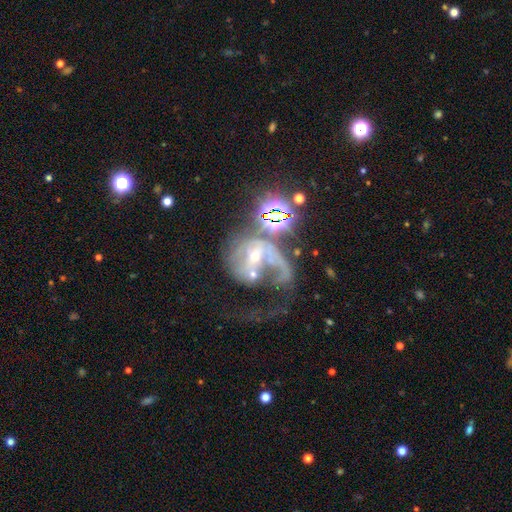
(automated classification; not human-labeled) This is likely a featured or disk galaxy (62%). It is clearly not viewed edge-on (97%). Bar: likely no (64%). Spiral arm pattern: likely yes (64%). Central bulge: marginally moderate (45%). Merging: marginally major disturbance (40%).